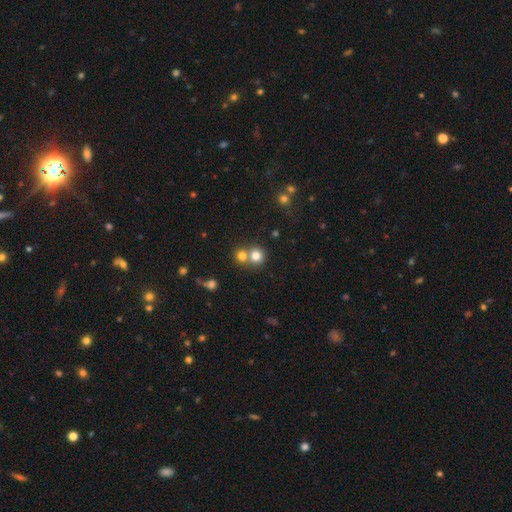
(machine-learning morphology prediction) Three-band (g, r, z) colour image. It shows a smooth galaxy with no disk features (78%) that is round (89%). Merging: none (52%).